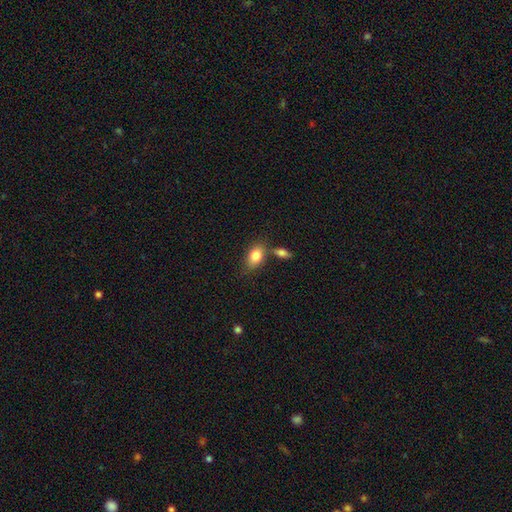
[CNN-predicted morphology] A smooth galaxy with no disk features (82%) that is in between round and cigar-shaped (85%). Merging: none (63%).